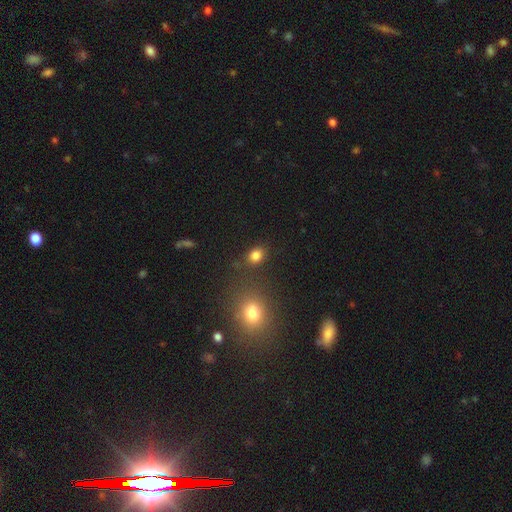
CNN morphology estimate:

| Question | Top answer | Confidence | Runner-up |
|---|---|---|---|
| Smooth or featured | smooth | 82% | star or artifact (13%) |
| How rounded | in between | 57% | round (41%) |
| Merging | none | 80% | minor disturbance (11%) |